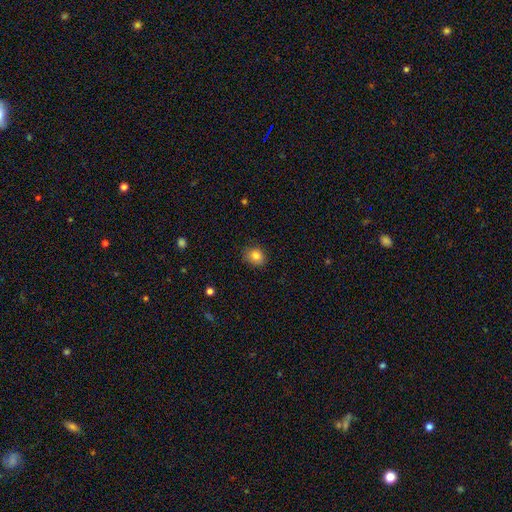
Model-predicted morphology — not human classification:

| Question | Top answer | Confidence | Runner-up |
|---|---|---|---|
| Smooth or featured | smooth | 83% | star or artifact (10%) |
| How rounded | round | 62% | in between (37%) |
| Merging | none | 81% | minor disturbance (15%) |